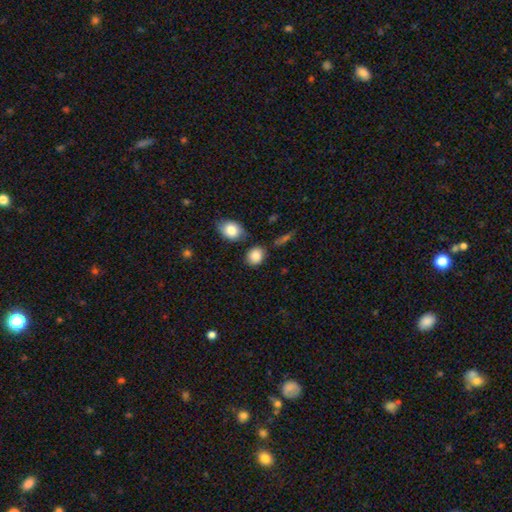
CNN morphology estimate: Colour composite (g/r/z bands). It shows a smooth galaxy with no disk features (86%) that is round (60%). Merging: none (75%).